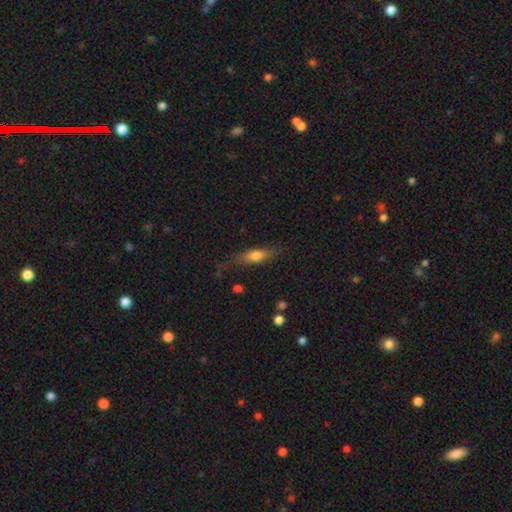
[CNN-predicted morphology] smooth_or_featured: smooth (p=0.66) [alt: featured or disk p=0.26]
how_rounded: cigar-shaped (p=0.49) [alt: in between p=0.48]
merging: none (p=0.64) [alt: minor disturbance p=0.23]